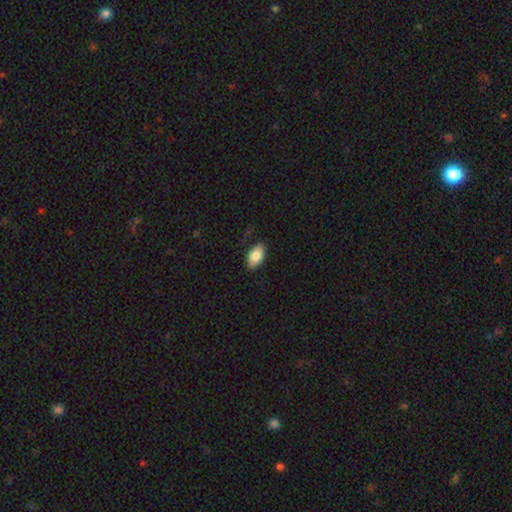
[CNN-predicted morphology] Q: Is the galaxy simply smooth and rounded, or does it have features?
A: smooth — 83%.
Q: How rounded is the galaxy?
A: in between — 93%.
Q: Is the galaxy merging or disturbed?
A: none — 83%.